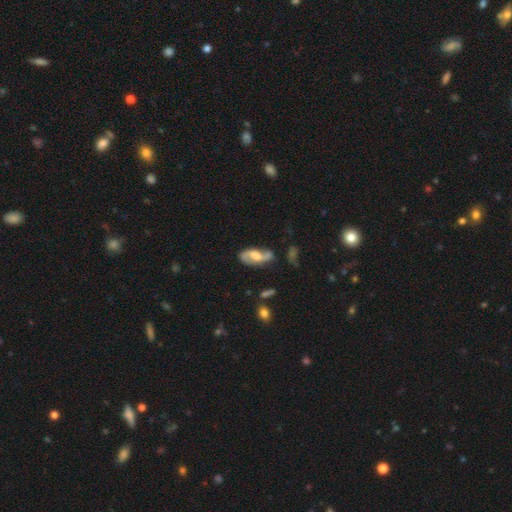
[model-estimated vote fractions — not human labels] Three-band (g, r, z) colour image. It shows a featured or disk galaxy (78%) with no bar (44%), 2 (90%) loose (48%) spiral arms (92%) and a moderate central bulge (52%). Merging: none (64%).